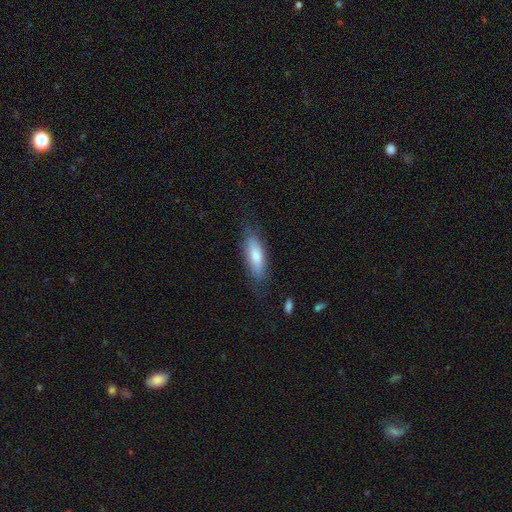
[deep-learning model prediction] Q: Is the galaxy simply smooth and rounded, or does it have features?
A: smooth — 72%.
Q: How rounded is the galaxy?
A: in between — 51%.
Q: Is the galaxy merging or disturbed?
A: none — 72%.